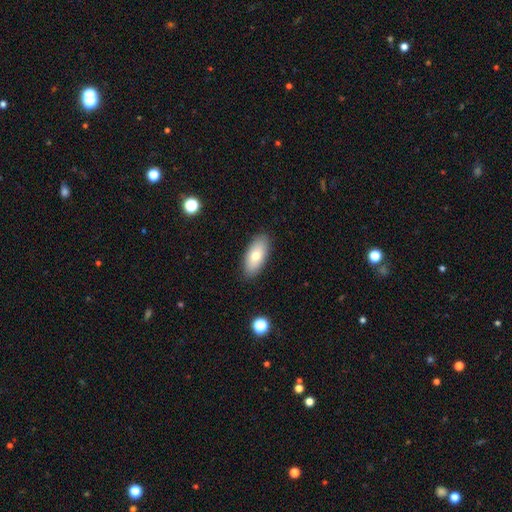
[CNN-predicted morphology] smooth 72%, featured or disk 21%, star or artifact 7%. Down the decision tree: how rounded — in between (88%); merging — none (88%).